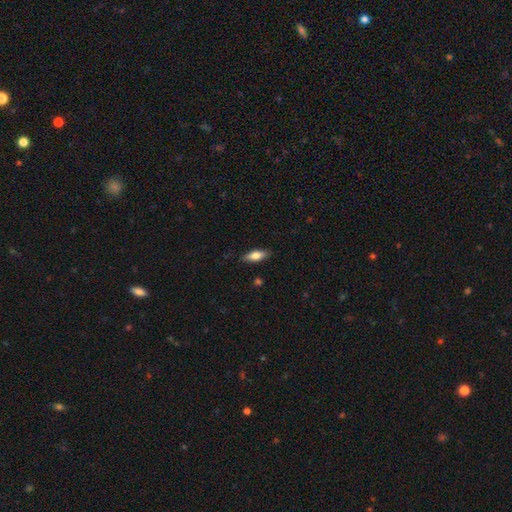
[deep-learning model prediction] Smooth or featured?
  - smooth: 67% *
  - featured or disk: 27%
  - star or artifact: 6%
How rounded?
  - in between: 63% *
  - cigar-shaped: 34%
  - round: 3%
Merging?
  - none: 87% *
  - minor disturbance: 10%
  - major disturbance: 2%
  - merger: 1%